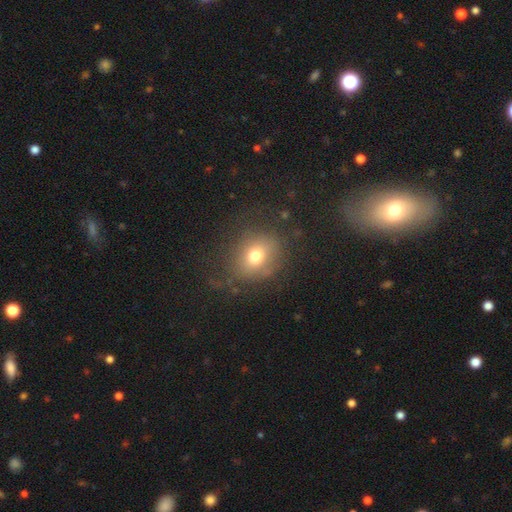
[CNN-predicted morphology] This is likely a smooth galaxy (71%). How rounded: likely round (61%). Merging: likely none (70%).